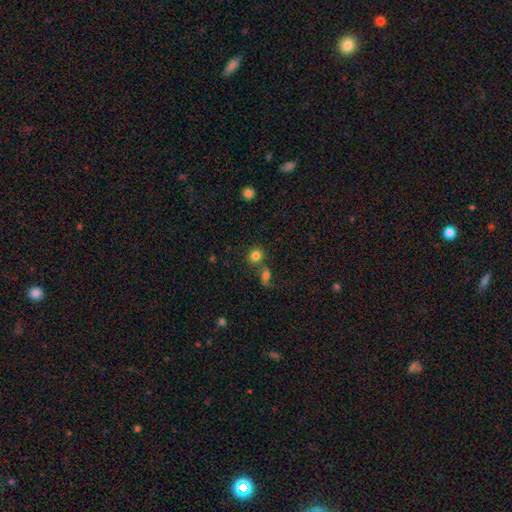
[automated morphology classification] smooth 82%, star or artifact 12%, featured or disk 7%. Down the decision tree: how rounded — round (80%); merging — none (64%).